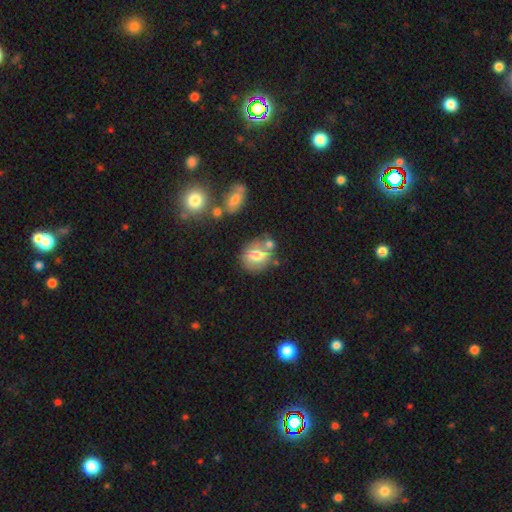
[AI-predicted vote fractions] This appears to be a smooth galaxy with no disk features (60%) that is in between round and cigar-shaped (52%). Merging: none (54%).